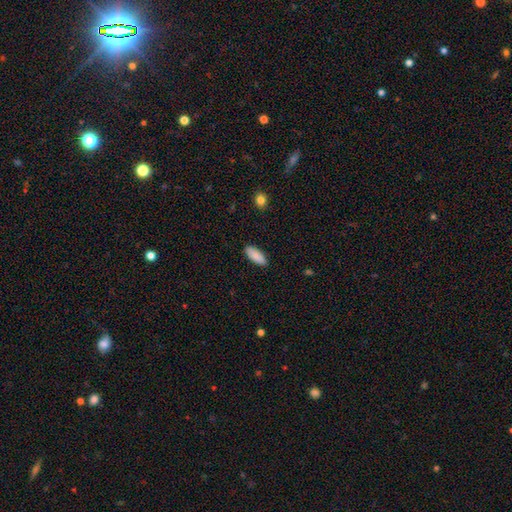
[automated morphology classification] This appears to be a smooth galaxy with no disk features (89%) that is in between round and cigar-shaped (80%). Merging: none (88%).